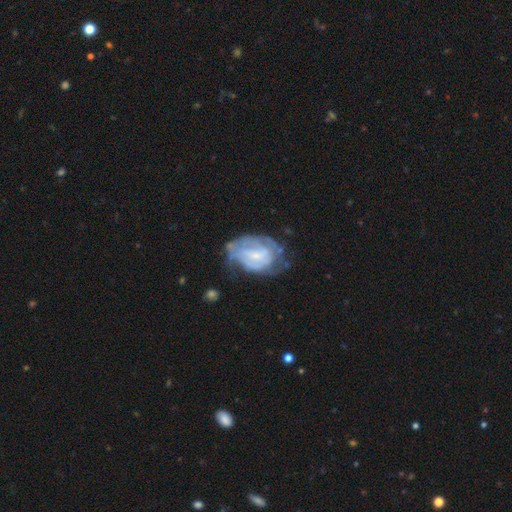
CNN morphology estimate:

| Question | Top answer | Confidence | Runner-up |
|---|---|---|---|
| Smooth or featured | featured or disk | 71% | smooth (22%) |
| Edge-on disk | no | 97% | yes (3%) |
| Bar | weak | 48% | no (39%) |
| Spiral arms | yes | 74% | no (26%) |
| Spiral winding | tight | 52% | medium (34%) |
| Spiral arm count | can't tell | 50% | 2 (28%) |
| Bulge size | small | 60% | moderate (22%) |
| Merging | none | 45% | minor disturbance (31%) |